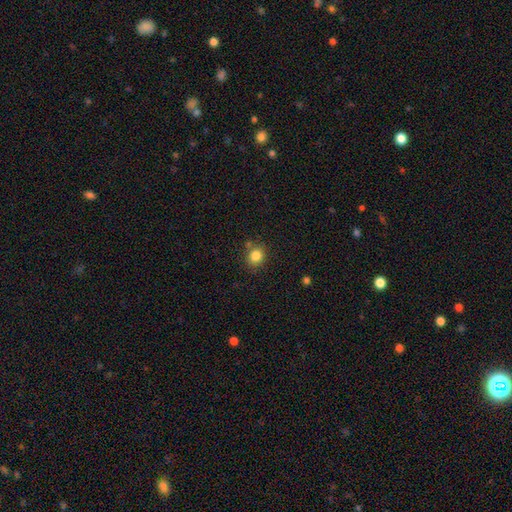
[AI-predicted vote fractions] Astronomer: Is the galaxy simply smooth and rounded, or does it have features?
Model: smooth — 84%.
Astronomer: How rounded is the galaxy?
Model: round — 77%.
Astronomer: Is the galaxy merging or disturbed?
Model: none — 78%.